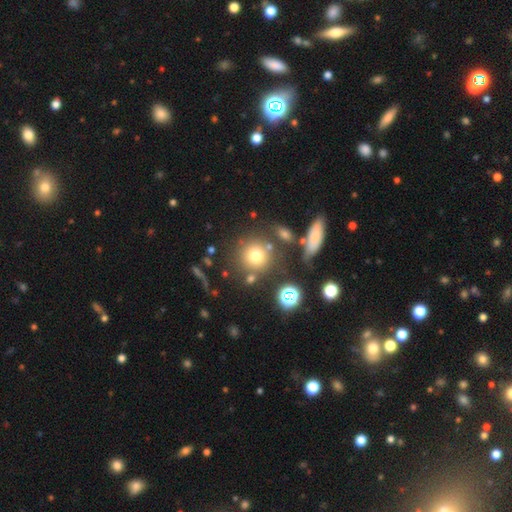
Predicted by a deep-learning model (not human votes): Smooth or featured?
  - smooth: 71% *
  - star or artifact: 16%
  - featured or disk: 12%
How rounded?
  - round: 90% *
  - in between: 9%
  - cigar-shaped: 1%
Merging?
  - none: 71% *
  - minor disturbance: 11%
  - merger: 11%
  - major disturbance: 6%